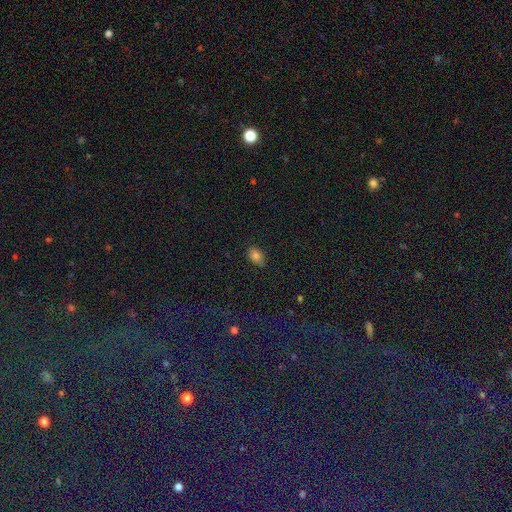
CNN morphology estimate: A smooth galaxy with no disk features (81%) that is in between round and cigar-shaped (84%).

Vote fractions:
- Smooth or featured? smooth: 81% / star or artifact: 12% / featured or disk: 8%
- How rounded? in between: 84% / round: 15% / cigar-shaped: 1%
- Merging? none: 83% / minor disturbance: 13% / major disturbance: 2% / merger: 1%